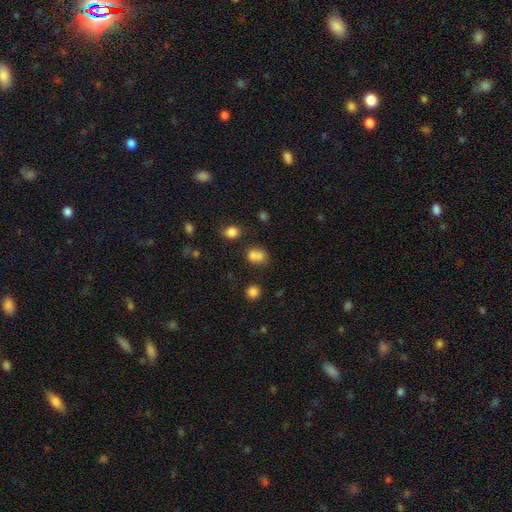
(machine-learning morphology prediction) smooth-or-featured: smooth: 74% | star or artifact: 13% | featured or disk: 12%
  how-rounded: round: 58% | in between: 41% | cigar-shaped: 1%
  merging: merger: 49% | none: 36% | minor disturbance: 11% | major disturbance: 5%